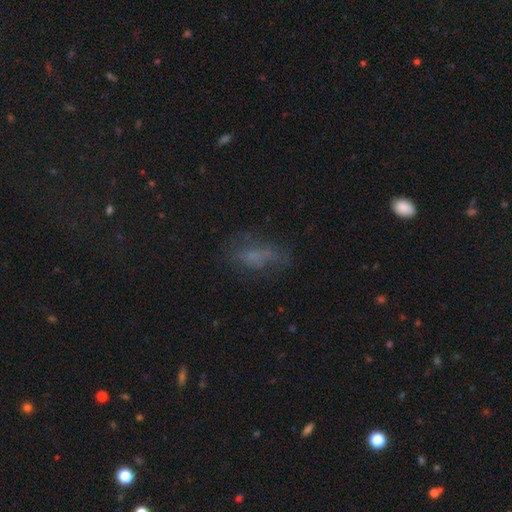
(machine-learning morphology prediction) A smooth galaxy with no disk features (52%) that is in between round and cigar-shaped (78%). Merging: none (49%).